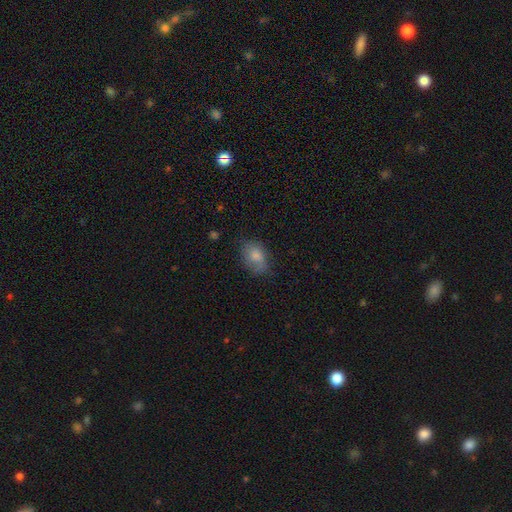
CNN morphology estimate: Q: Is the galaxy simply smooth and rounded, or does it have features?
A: smooth — 79%.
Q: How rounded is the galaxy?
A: in between — 78%.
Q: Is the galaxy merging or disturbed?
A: none — 59%.